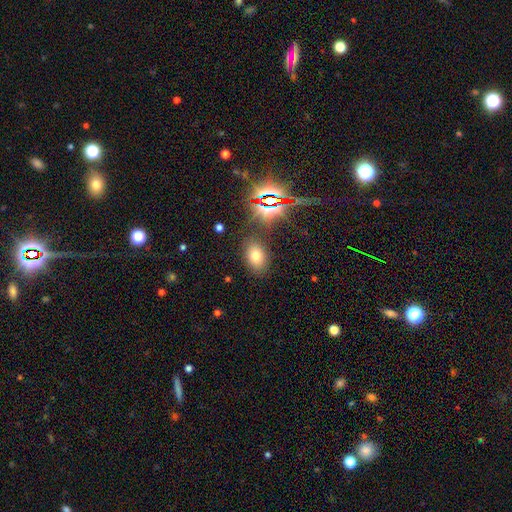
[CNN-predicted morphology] A smooth galaxy with no disk features (68%) that is in between round and cigar-shaped (83%). Merging: none (83%).